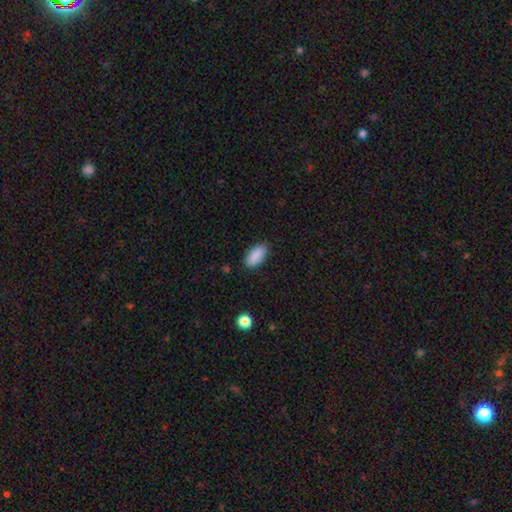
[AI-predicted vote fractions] smooth 90%, star or artifact 7%, featured or disk 3%. Down the decision tree: how rounded — in between (90%); merging — none (85%).